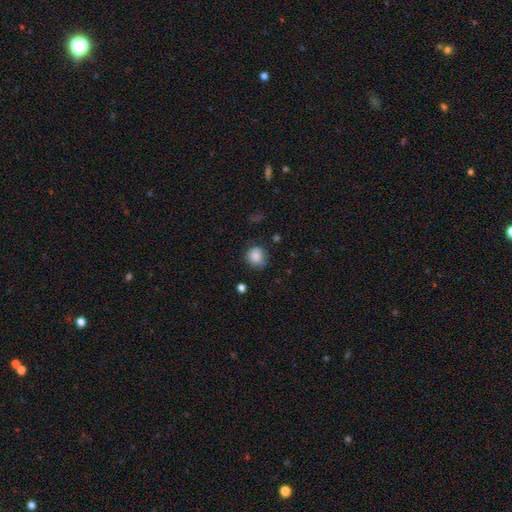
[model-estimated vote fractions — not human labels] The model was most divided on "merging": none: 74%, minor disturbance: 20%, major disturbance: 5%, merger: 2%. More confident: smooth or featured — smooth (86%); how rounded — round (84%).